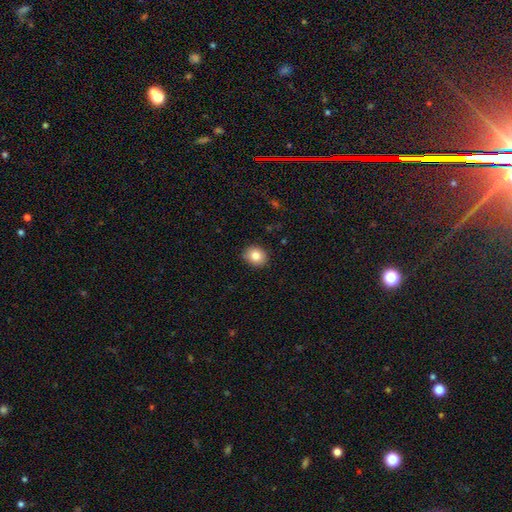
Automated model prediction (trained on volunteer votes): Smooth or featured?
  - smooth: 83% *
  - star or artifact: 9%
  - featured or disk: 7%
How rounded?
  - round: 66% *
  - in between: 33%
  - cigar-shaped: 1%
Merging?
  - none: 89% *
  - minor disturbance: 8%
  - major disturbance: 2%
  - merger: 1%